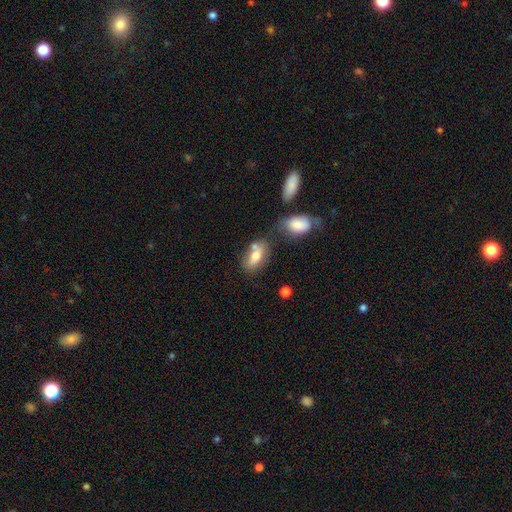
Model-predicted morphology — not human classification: Smooth or featured? smooth (72%)
How rounded? in between (87%)
Merging? none (51%)